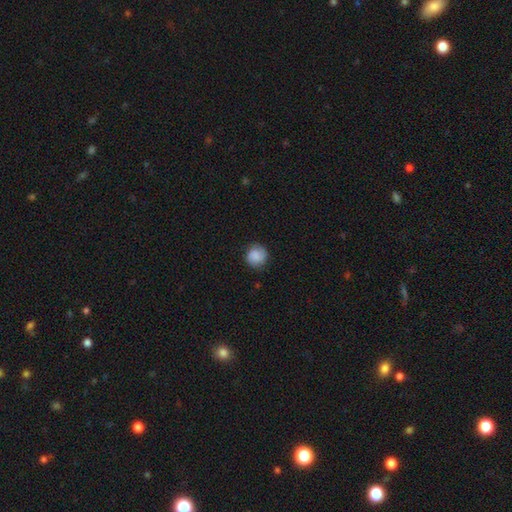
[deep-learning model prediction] This appears to be a smooth galaxy with no disk features (80%) that is round (89%). Merging: none (81%).